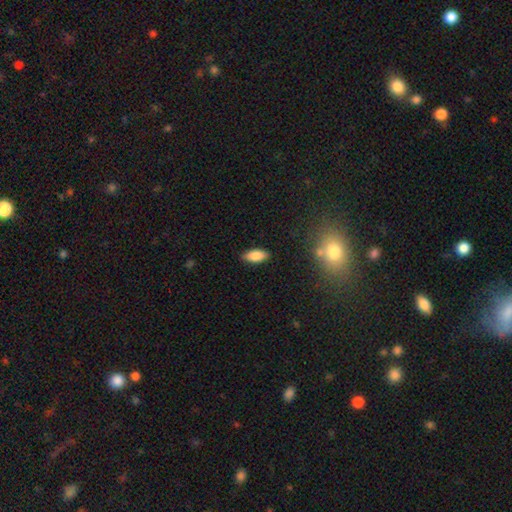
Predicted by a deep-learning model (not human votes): smooth 85%, featured or disk 8%, star or artifact 7%. Down the decision tree: how rounded — in between (87%); merging — none (87%).